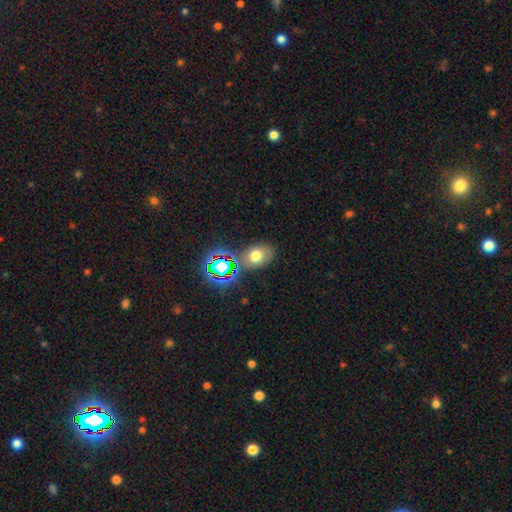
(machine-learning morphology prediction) A smooth galaxy with no disk features (62%) that is in between round and cigar-shaped (73%).

Vote fractions:
- Smooth or featured? smooth: 62% / star or artifact: 23% / featured or disk: 15%
- How rounded? in between: 73% / round: 25% / cigar-shaped: 1%
- Merging? none: 69% / minor disturbance: 16% / merger: 9% / major disturbance: 6%